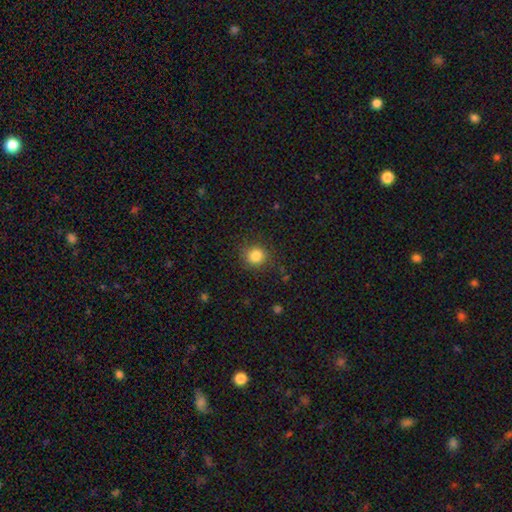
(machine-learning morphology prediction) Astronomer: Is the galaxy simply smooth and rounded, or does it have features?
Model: smooth — 83%.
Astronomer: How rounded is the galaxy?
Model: round — 89%.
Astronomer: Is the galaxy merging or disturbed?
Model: none — 87%.